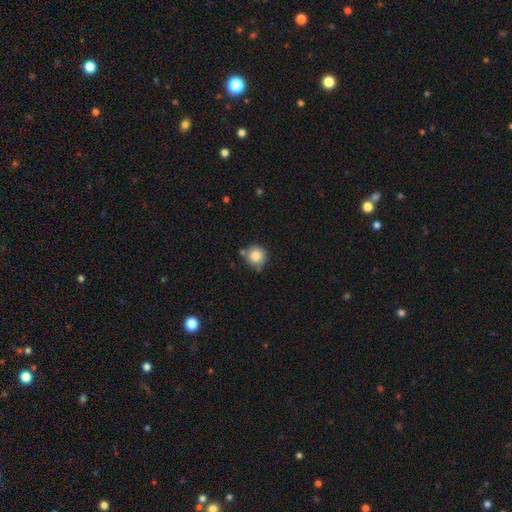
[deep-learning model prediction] Overall: smooth (83%). How rounded: round (92%). Merging: none (71%).